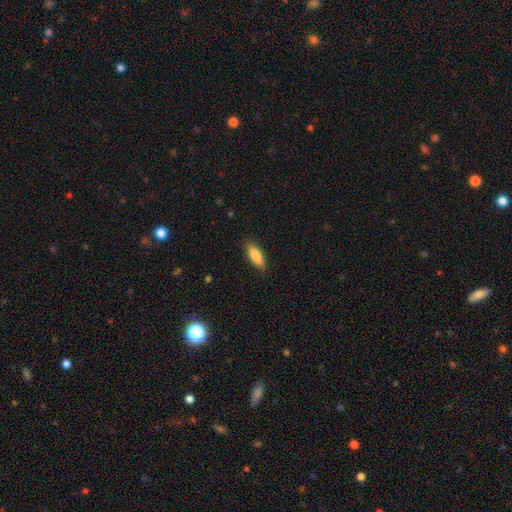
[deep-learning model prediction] Overall: smooth (85%). How rounded: in between (59%; cigar-shaped 39%). Merging: none (86%).